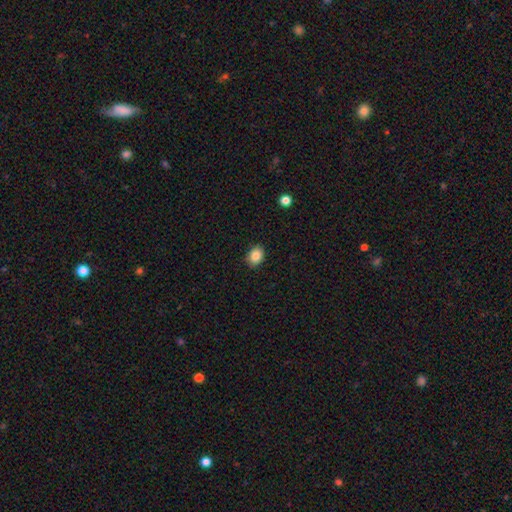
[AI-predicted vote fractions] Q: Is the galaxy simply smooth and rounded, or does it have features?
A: smooth — 85%.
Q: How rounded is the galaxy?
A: in between — 67%.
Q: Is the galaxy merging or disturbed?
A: none — 88%.